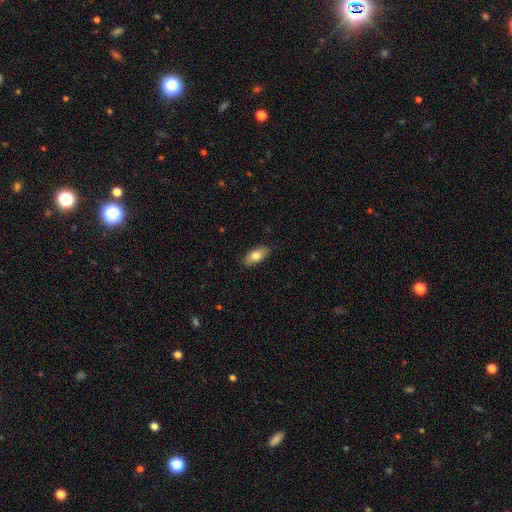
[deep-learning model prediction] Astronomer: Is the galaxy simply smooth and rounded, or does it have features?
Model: smooth — 80%.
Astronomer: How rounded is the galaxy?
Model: in between — 88%.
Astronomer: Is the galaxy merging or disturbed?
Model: none — 87%.